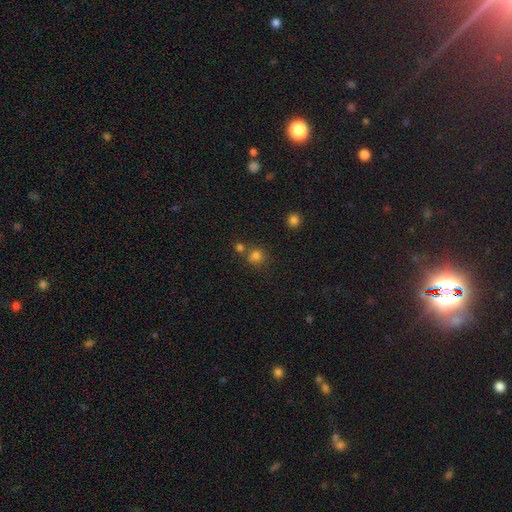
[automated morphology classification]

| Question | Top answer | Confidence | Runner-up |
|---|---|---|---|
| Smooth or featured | smooth | 78% | star or artifact (15%) |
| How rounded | round | 86% | in between (13%) |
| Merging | none | 60% | merger (26%) |